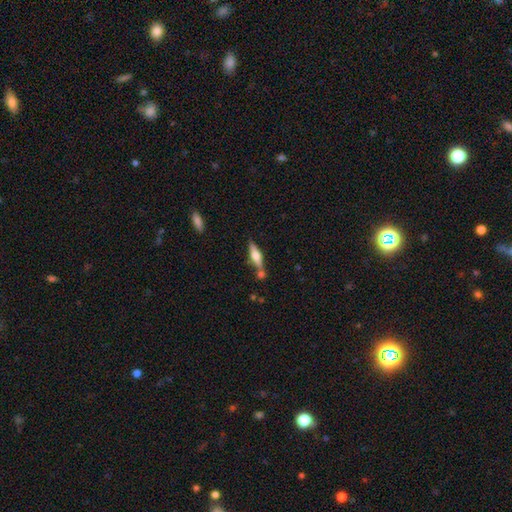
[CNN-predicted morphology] type=featured or disk (56%); edge-on=yes (94%); edge-on bulge=rounded (88%); merging=none (69%).